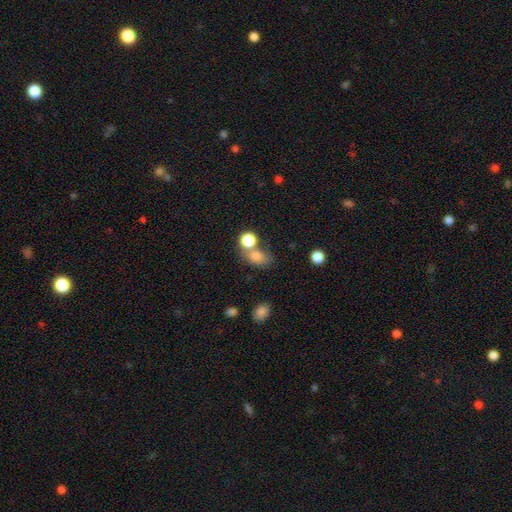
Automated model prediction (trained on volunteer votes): Smooth or featured?
  - smooth: 78% *
  - star or artifact: 13%
  - featured or disk: 8%
How rounded?
  - in between: 58% *
  - round: 41%
  - cigar-shaped: 2%
Merging?
  - none: 43% *
  - merger: 36%
  - minor disturbance: 13%
  - major disturbance: 7%